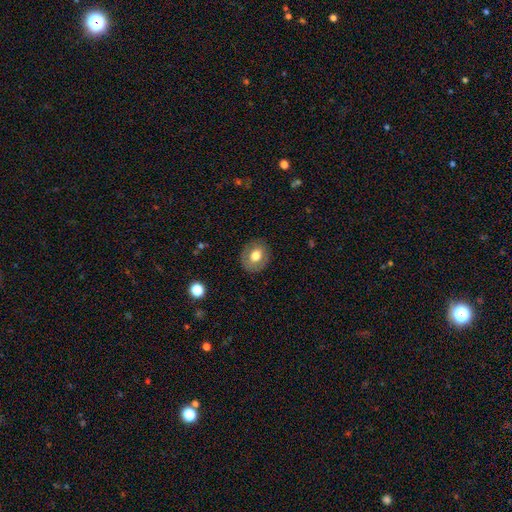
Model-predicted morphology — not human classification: A smooth galaxy with no disk features (67%) that is round (61%). Merging: none (84%).